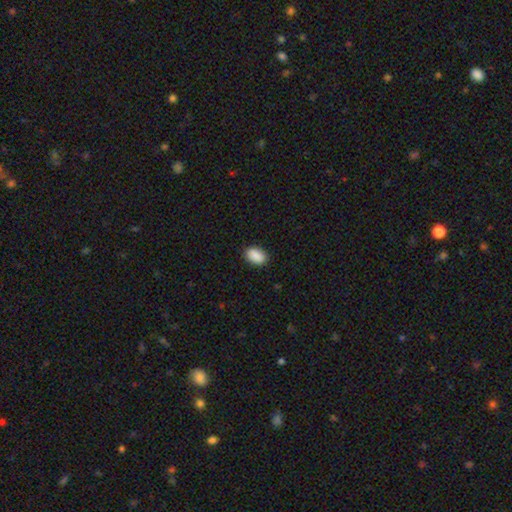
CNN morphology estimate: Smooth or featured: smooth — 90% (star or artifact — 7%)
How rounded: in between — 90% (round — 8%)
Merging: none — 88% (minor disturbance — 9%)